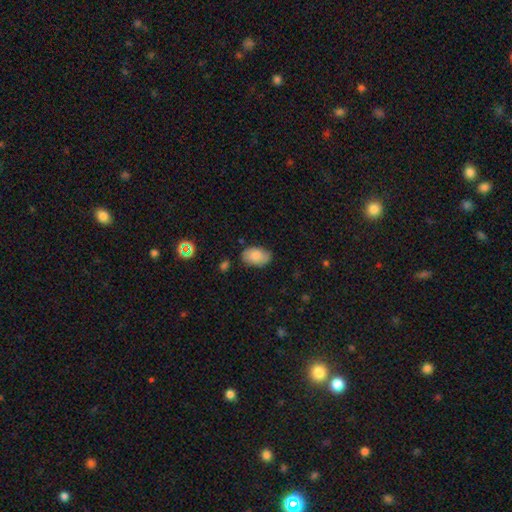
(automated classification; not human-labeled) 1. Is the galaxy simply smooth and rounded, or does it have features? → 81% smooth, 11% featured or disk, 7% star or artifact.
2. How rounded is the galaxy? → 91% in between, 8% round, 1% cigar-shaped.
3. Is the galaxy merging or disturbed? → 74% none, 21% minor disturbance, 4% major disturbance, 2% merger.